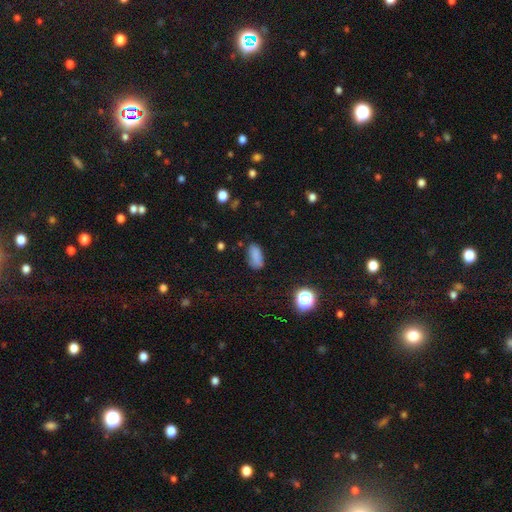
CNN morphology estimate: A smooth galaxy with no disk features (82%) that is in between round and cigar-shaped (89%).

Vote fractions:
- Smooth or featured? smooth: 82% / star or artifact: 12% / featured or disk: 6%
- How rounded? in between: 89% / cigar-shaped: 6% / round: 5%
- Merging? none: 71% / minor disturbance: 21% / major disturbance: 6% / merger: 2%